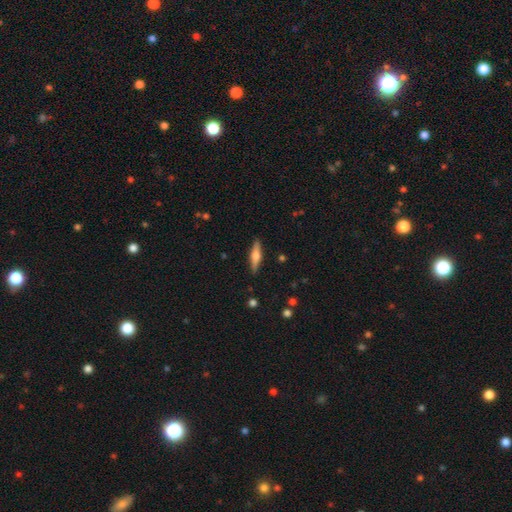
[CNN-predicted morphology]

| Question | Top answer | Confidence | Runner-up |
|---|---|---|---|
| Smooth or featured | featured or disk | 48% | smooth (46%) |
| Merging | none | 88% | minor disturbance (8%) |